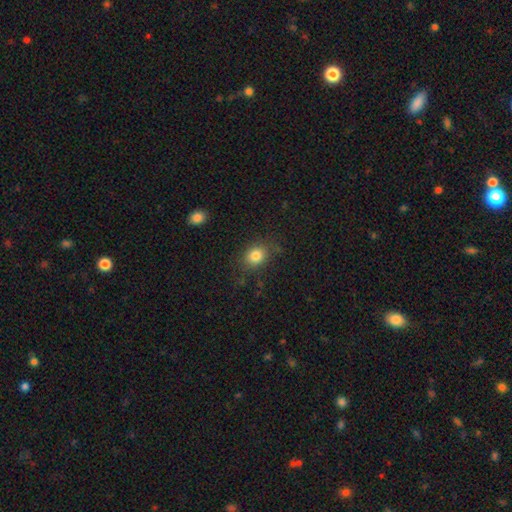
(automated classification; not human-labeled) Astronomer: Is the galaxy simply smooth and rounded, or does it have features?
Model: smooth — 82%.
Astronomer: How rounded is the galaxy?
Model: round — 54% (runner-up: in between, 45%).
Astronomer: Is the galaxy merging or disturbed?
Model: none — 80%.